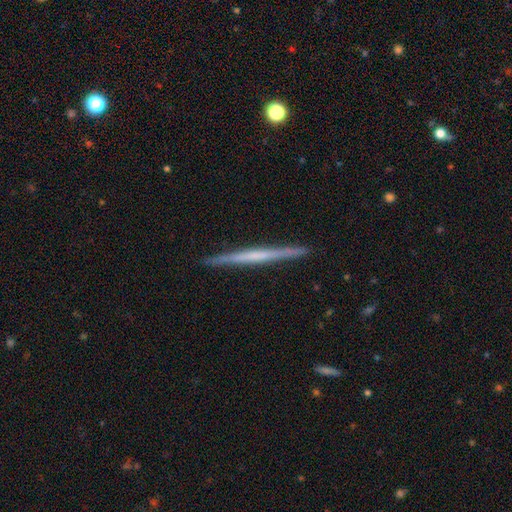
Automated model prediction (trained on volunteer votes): featured or disk 62%, smooth 33%, star or artifact 5%. Down the decision tree: edge-on disk — yes (98%); edge-on bulge — none (77%); merging — none (92%).